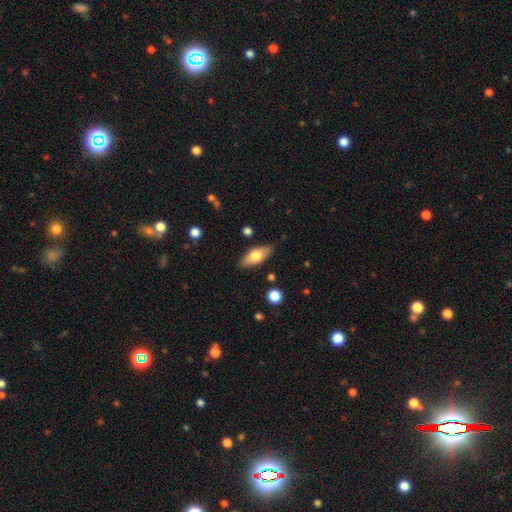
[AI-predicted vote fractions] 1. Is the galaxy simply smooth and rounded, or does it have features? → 67% smooth, 27% featured or disk, 6% star or artifact.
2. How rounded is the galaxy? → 79% in between, 18% cigar-shaped, 3% round.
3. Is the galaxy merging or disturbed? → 86% none, 10% minor disturbance, 2% major disturbance, 2% merger.